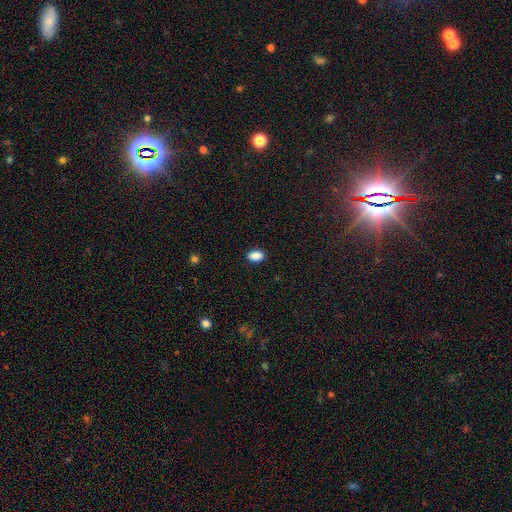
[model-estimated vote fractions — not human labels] This appears to be a smooth galaxy with no disk features (88%) that is in between round and cigar-shaped (89%). Merging: none (89%).